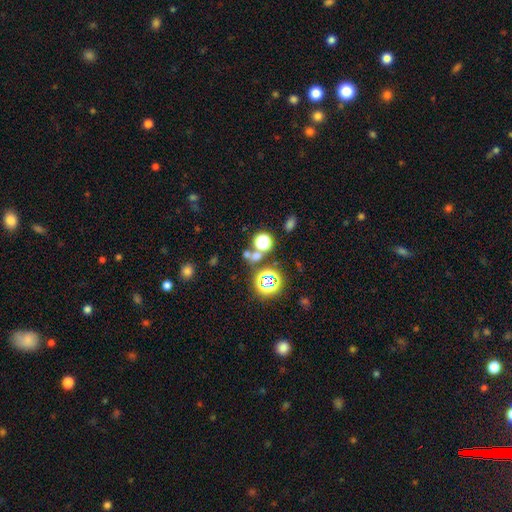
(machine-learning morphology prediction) Smooth or featured? Predicted: star or artifact (p=0.48).